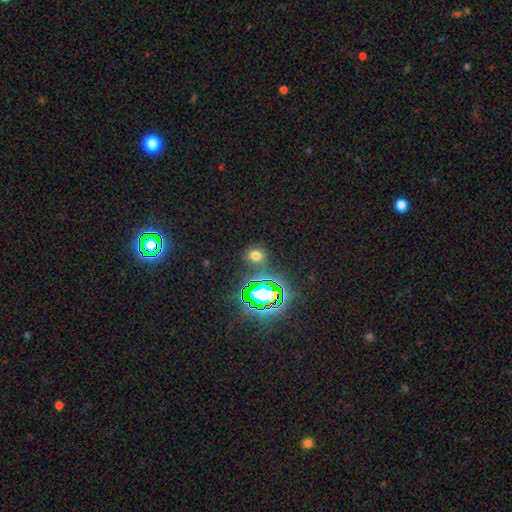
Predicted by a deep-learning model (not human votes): Smooth or featured?
  - smooth: 56% *
  - star or artifact: 36%
  - featured or disk: 8%
How rounded?
  - round: 57% *
  - in between: 42%
  - cigar-shaped: 2%
Merging?
  - none: 78% *
  - minor disturbance: 12%
  - merger: 6%
  - major disturbance: 5%